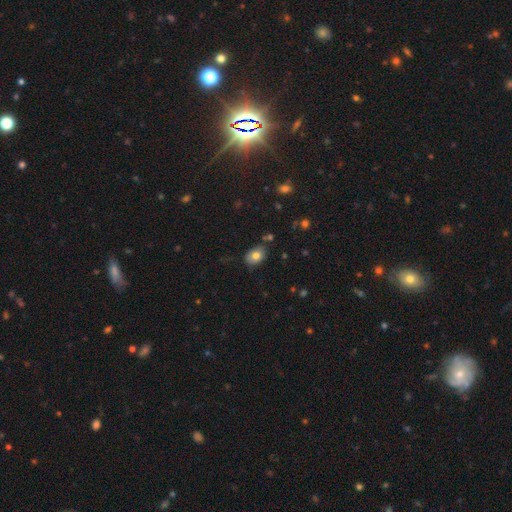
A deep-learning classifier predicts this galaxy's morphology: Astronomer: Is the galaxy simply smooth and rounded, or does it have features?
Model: smooth — 77%.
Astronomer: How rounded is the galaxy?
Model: in between — 73%.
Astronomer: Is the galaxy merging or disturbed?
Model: none — 74%.